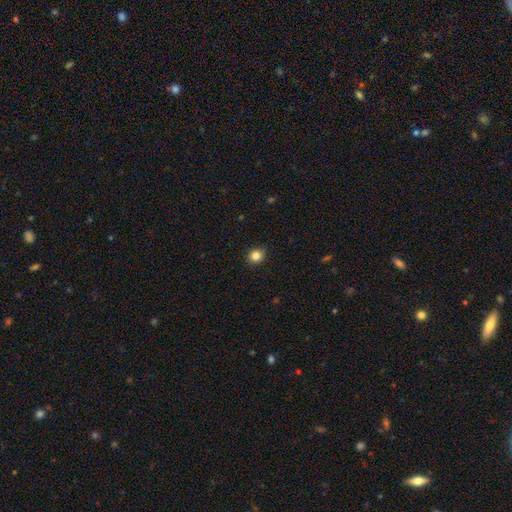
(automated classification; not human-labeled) This is clearly a smooth galaxy (83%). How rounded: clearly round (81%). Merging: clearly none (89%).